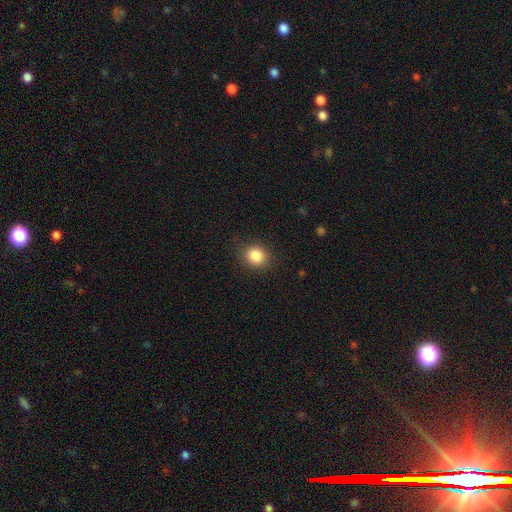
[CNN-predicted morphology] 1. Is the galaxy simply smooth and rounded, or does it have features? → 85% smooth, 10% star or artifact, 5% featured or disk.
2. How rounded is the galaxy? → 74% round, 25% in between, 1% cigar-shaped.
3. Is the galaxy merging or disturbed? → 86% none, 10% minor disturbance, 3% major disturbance, 1% merger.